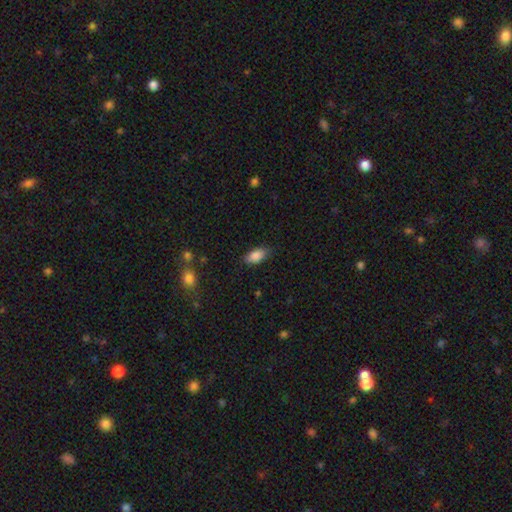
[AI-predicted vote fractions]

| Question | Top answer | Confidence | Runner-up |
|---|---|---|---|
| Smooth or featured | smooth | 87% | star or artifact (8%) |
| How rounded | in between | 91% | cigar-shaped (5%) |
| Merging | none | 82% | minor disturbance (14%) |